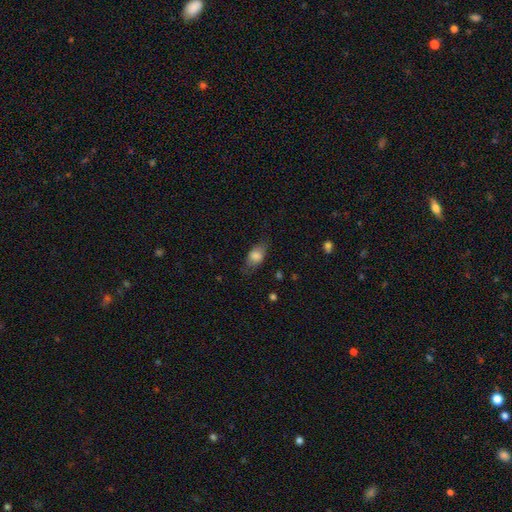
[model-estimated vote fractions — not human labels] Smooth or featured? smooth (74%)
How rounded? in between (83%)
Merging? none (71%)